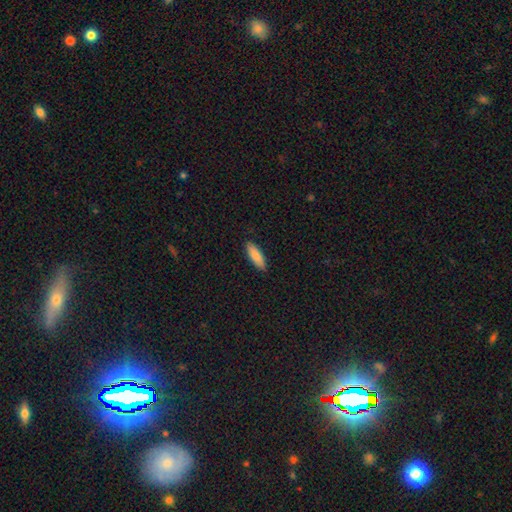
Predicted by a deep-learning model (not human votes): Morphology: type=smooth (85%); roundness=in between (61%); merging=none (89%).